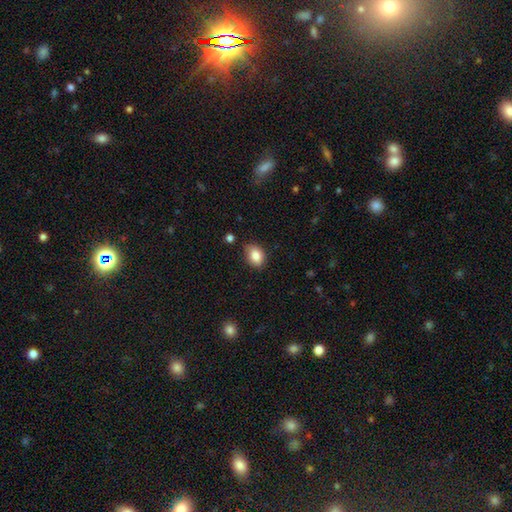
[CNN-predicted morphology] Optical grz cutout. It shows a smooth galaxy with no disk features (85%) that is in between round and cigar-shaped (72%). Merging: none (81%).